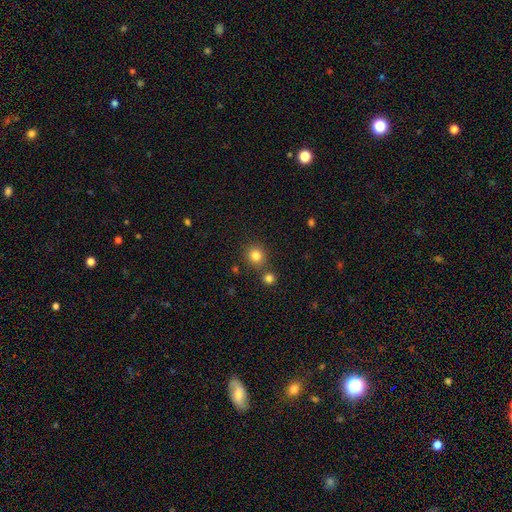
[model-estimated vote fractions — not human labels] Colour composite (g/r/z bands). It shows a smooth galaxy with no disk features (82%) that is round (90%). Merging: none (76%).